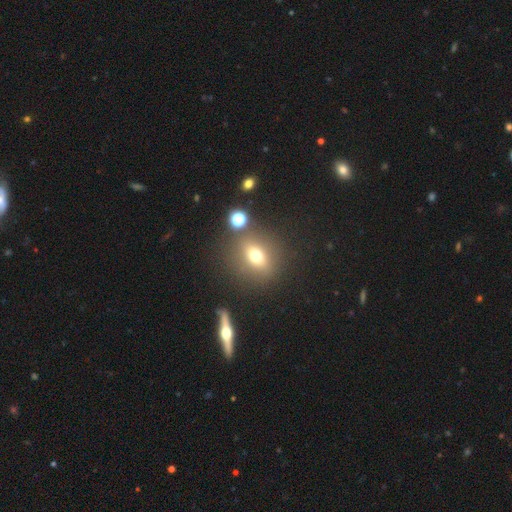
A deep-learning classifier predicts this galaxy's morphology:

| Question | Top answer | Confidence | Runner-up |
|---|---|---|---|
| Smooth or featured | smooth | 66% | featured or disk (18%) |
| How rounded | round | 57% | in between (40%) |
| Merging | none | 79% | minor disturbance (10%) |